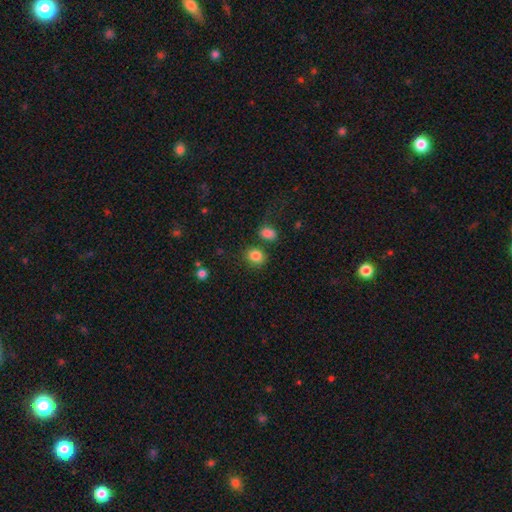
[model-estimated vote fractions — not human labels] The model was most divided on "how rounded": round: 65%, in between: 34%, cigar-shaped: 1%. More confident: smooth or featured — smooth (84%); merging — none (77%).